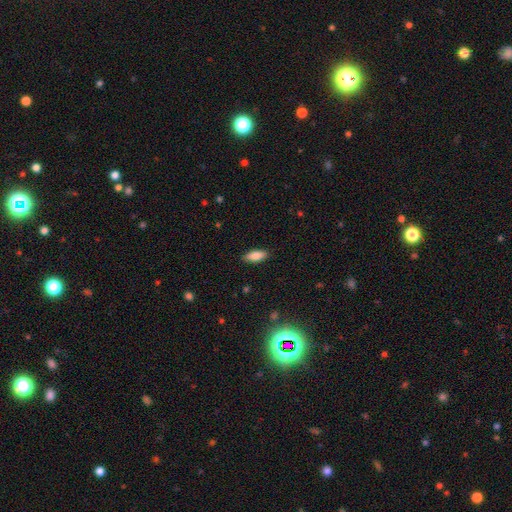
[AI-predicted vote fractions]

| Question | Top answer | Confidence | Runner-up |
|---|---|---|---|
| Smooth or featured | smooth | 84% | featured or disk (9%) |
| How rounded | in between | 78% | cigar-shaped (20%) |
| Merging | none | 88% | minor disturbance (9%) |